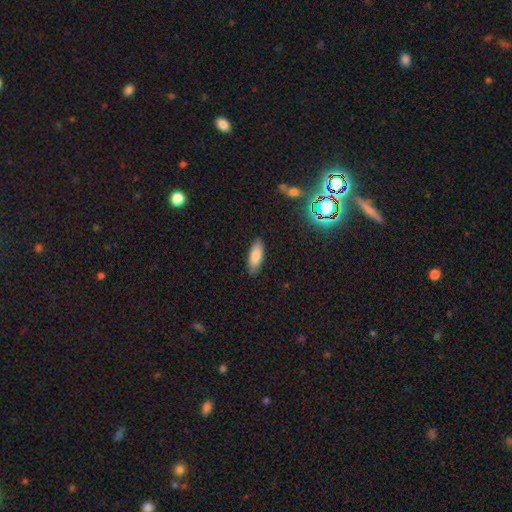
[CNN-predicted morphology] This appears to be a smooth galaxy with no disk features (82%) that is in between round and cigar-shaped (69%). Merging: none (87%).